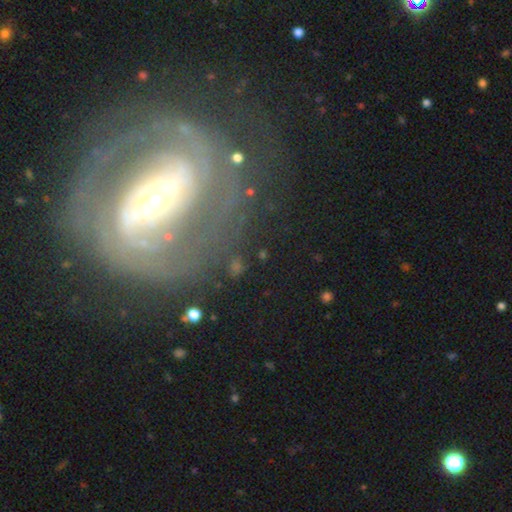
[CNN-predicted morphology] Smooth or featured? featured or disk (86%)
Edge-on disk? no (95%)
Bar? strong (60%)
Spiral arms? yes (92%)
Spiral winding? tight (59%)
Spiral arm count? 2 (64%)
Bulge size? small (53%)
Merging? none (74%)